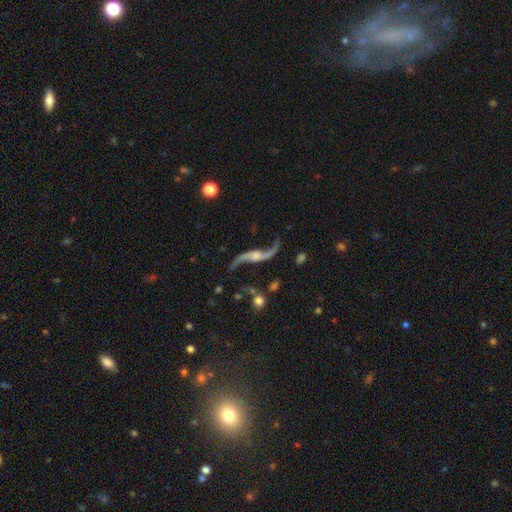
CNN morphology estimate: Smooth or featured: featured or disk — 91% (star or artifact — 5%)
Edge-on disk: no — 89% (yes — 11%)
Bar: no — 58% (weak — 29%)
Spiral arms: yes — 96% (no — 4%)
Spiral winding: loose — 95% (medium — 3%)
Spiral arm count: 2 — 94% (1 — 2%)
Bulge size: small — 36% (moderate — 31%)
Merging: none — 72% (minor disturbance — 14%)